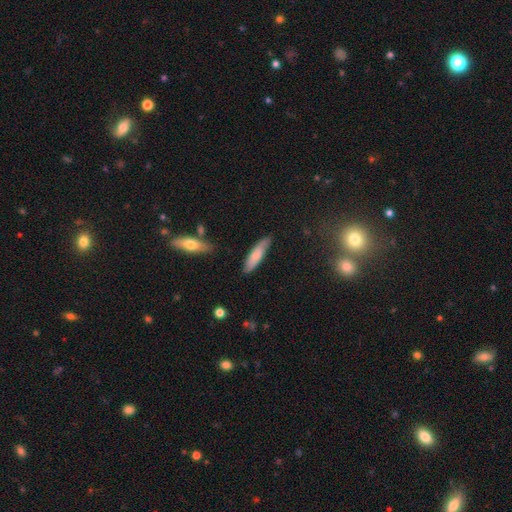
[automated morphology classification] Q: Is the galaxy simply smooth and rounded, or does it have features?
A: smooth — 73%.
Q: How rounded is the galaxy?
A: cigar-shaped — 69%.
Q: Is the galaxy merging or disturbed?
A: none — 80%.